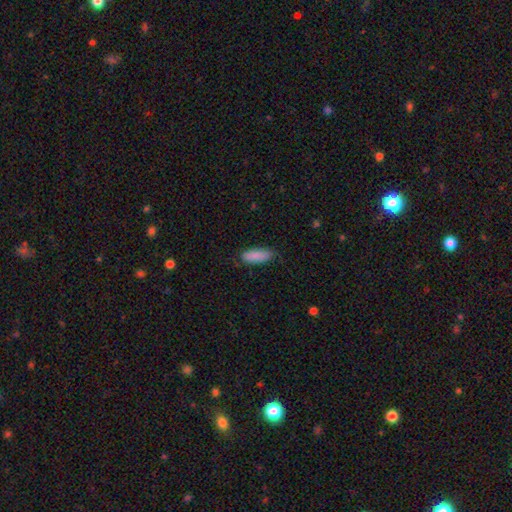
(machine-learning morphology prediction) Smooth or featured?
  - smooth: 88% *
  - star or artifact: 6%
  - featured or disk: 6%
How rounded?
  - in between: 68% *
  - cigar-shaped: 31%
  - round: 2%
Merging?
  - none: 78% *
  - minor disturbance: 18%
  - major disturbance: 3%
  - merger: 1%